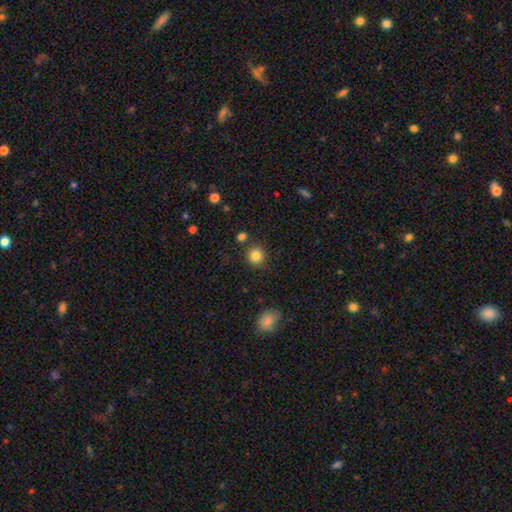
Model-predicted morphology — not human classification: Smooth or featured? Predicted: smooth (p=0.84). How rounded? Predicted: round (p=0.90). Merging? Predicted: none (p=0.85).